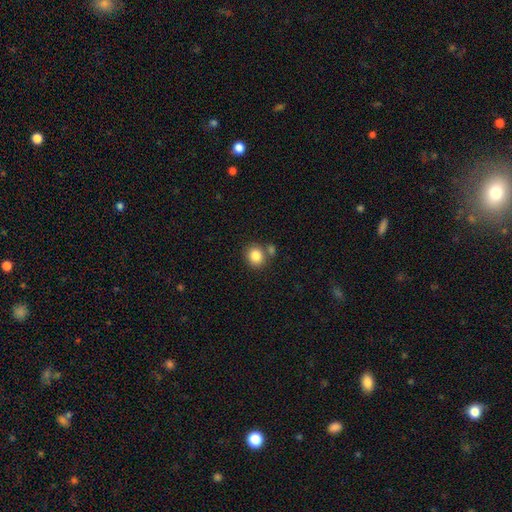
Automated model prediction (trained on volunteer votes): This appears to be a smooth galaxy with no disk features (84%) that is round (79%). Merging: none (69%).